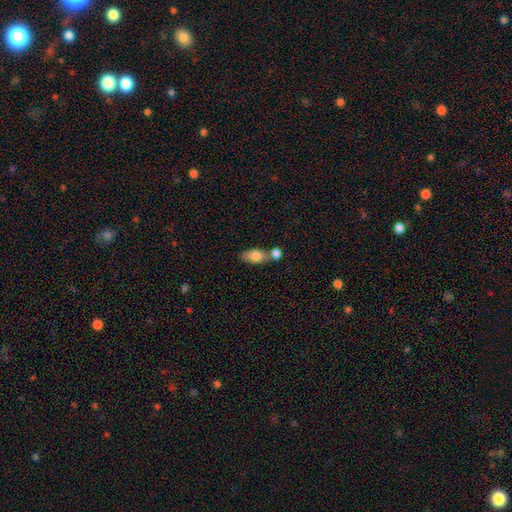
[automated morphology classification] A smooth galaxy with no disk features (77%) that is in between round and cigar-shaped (82%).

Vote fractions:
- Smooth or featured? smooth: 77% / featured or disk: 16% / star or artifact: 7%
- How rounded? in between: 82% / cigar-shaped: 9% / round: 9%
- Merging? merger: 43% / none: 41% / minor disturbance: 11% / major disturbance: 5%